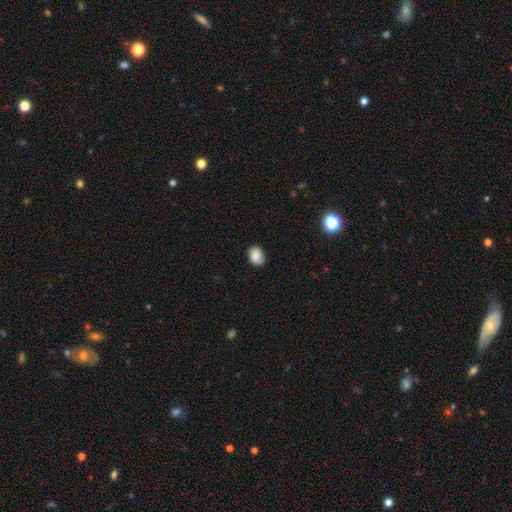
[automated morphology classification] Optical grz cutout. It shows a smooth galaxy with no disk features (87%) that is in between round and cigar-shaped (62%). Merging: none (83%).